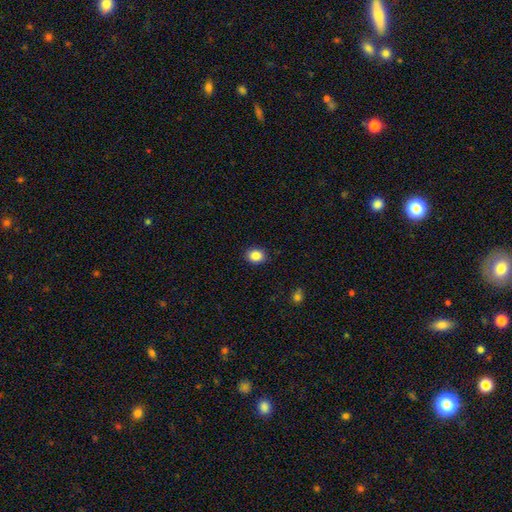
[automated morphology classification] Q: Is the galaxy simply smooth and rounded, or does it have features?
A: smooth — 87%.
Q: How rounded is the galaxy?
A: round — 53%.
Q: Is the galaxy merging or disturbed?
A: none — 89%.